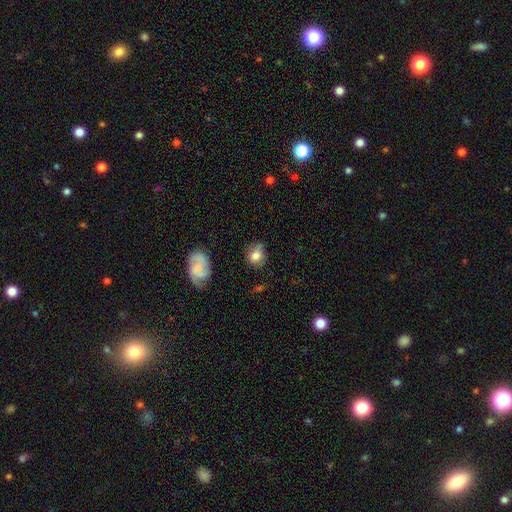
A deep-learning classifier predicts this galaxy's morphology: This is likely a smooth galaxy (75%). How rounded: likely round (65%). Merging: likely none (60%).